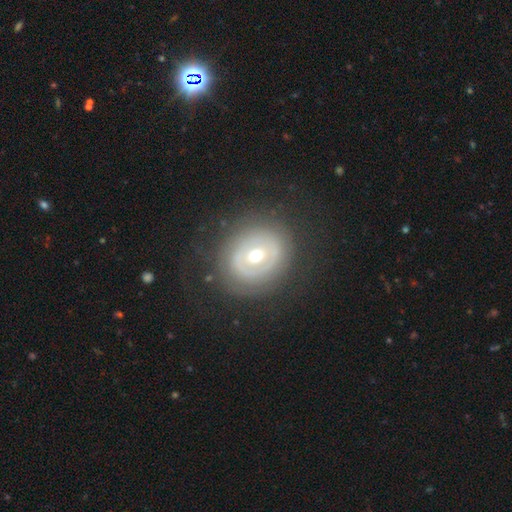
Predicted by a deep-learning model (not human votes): smooth-or-featured: featured or disk: 62% | smooth: 31% | star or artifact: 7%
  disk-edge-on: no: 95% | yes: 5%
    bar: no: 73% | weak: 18% | strong: 9%
    has-spiral-arms: no: 72% | yes: 28%
    bulge-size: moderate: 64% | small: 30% | large: 4% | dominant: 1% | none: 1%
  merging: none: 79% | minor disturbance: 12% | major disturbance: 7% | merger: 1%